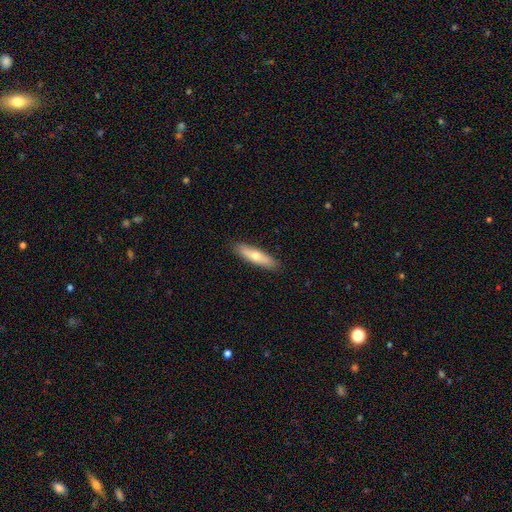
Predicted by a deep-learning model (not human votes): Smooth or featured: smooth — 60% (featured or disk — 34%)
How rounded: cigar-shaped — 73% (in between — 25%)
Merging: none — 89% (minor disturbance — 8%)